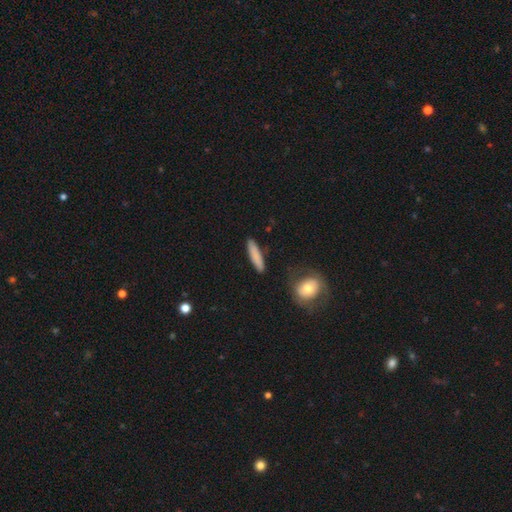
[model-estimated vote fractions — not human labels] Smooth or featured?
  - smooth: 82% *
  - featured or disk: 12%
  - star or artifact: 6%
How rounded?
  - cigar-shaped: 84% *
  - in between: 14%
  - round: 2%
Merging?
  - none: 86% *
  - minor disturbance: 9%
  - merger: 2%
  - major disturbance: 2%